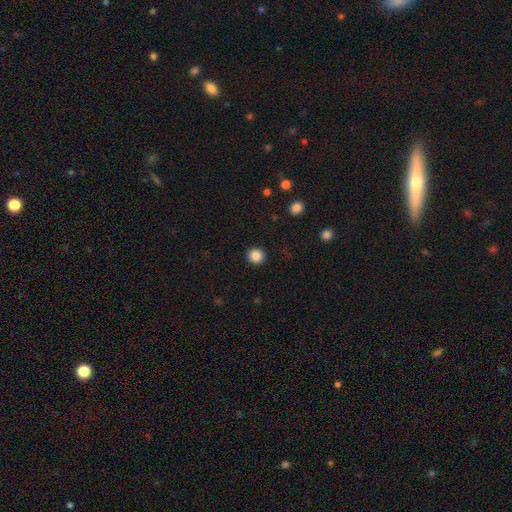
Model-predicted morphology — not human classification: Overall: smooth (87%). How rounded: round (89%). Merging: none (92%).